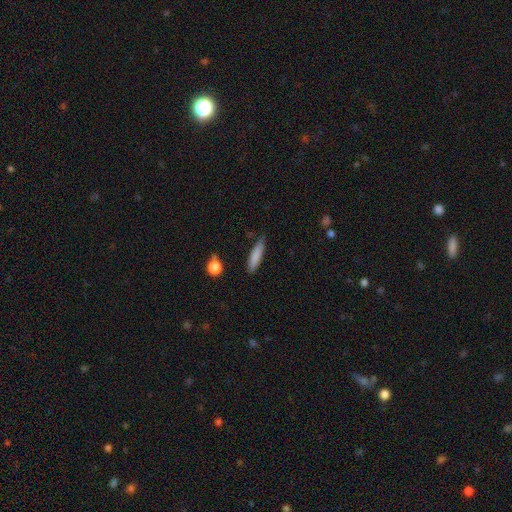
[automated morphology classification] smooth_or_featured: smooth (p=0.81) [alt: featured or disk p=0.12]
how_rounded: cigar-shaped (p=0.80) [alt: in between p=0.19]
merging: none (p=0.79) [alt: minor disturbance p=0.16]